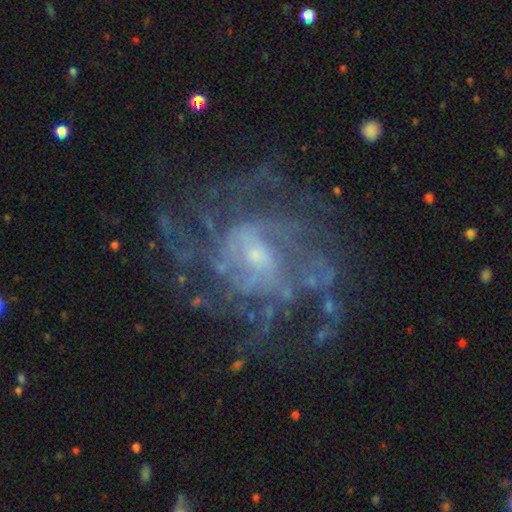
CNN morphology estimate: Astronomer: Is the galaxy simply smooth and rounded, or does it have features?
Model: featured or disk — 85%.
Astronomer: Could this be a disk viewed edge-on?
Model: no — 98%.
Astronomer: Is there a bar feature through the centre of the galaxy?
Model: no — 55% (runner-up: weak, 37%).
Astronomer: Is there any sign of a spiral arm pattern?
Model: yes — 88%.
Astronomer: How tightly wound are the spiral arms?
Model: tight — 48% (runner-up: medium, 38%).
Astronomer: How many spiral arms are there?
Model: can't tell — 41% (runner-up: 4, 19%).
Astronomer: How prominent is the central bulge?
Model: small — 65%.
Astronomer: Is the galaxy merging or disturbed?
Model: none — 67%.